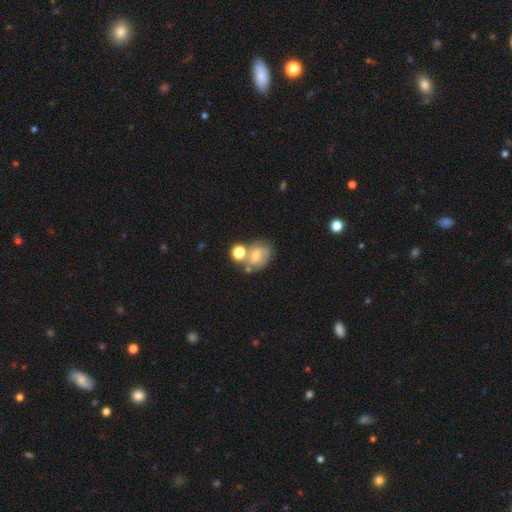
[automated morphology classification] Overall: featured or disk (51%; smooth 37%). Edge-on disk: no (97%). Merging: none (44%; merger 29%).